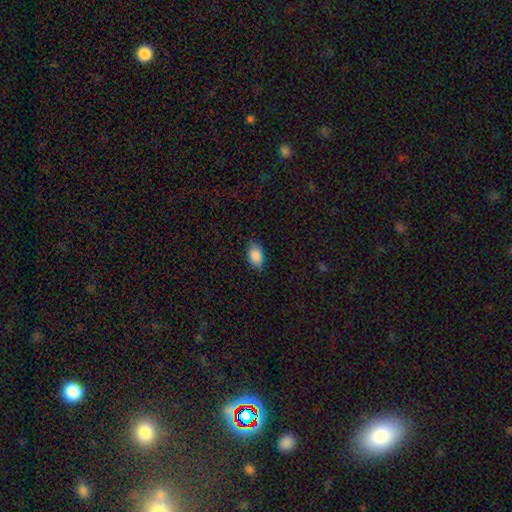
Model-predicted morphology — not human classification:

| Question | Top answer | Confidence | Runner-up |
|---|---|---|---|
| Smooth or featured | smooth | 88% | star or artifact (8%) |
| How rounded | in between | 89% | round (10%) |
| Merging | none | 79% | minor disturbance (17%) |